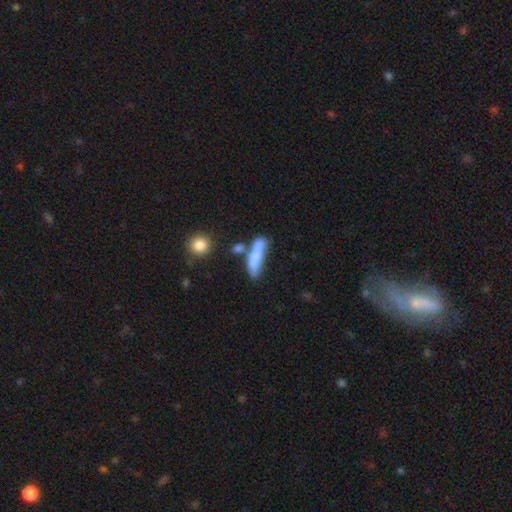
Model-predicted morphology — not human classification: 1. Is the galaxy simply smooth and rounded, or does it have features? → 69% smooth, 23% featured or disk, 8% star or artifact.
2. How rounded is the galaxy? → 60% cigar-shaped, 36% in between, 4% round.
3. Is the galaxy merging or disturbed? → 39% none, 31% merger, 20% minor disturbance, 11% major disturbance.